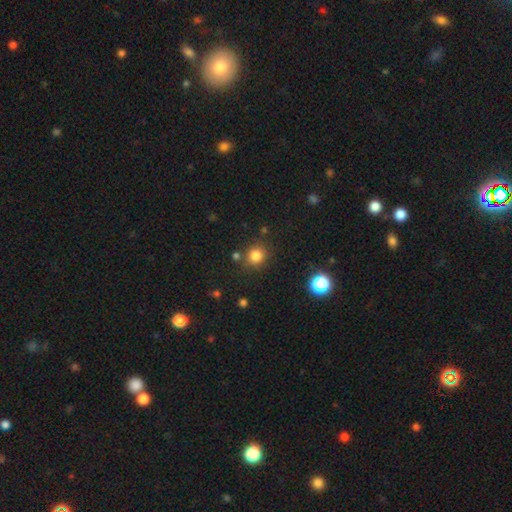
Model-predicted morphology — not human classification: The model was most divided on "smooth or featured": smooth: 81%, star or artifact: 13%, featured or disk: 5%. More confident: how rounded — round (85%); merging — none (80%).